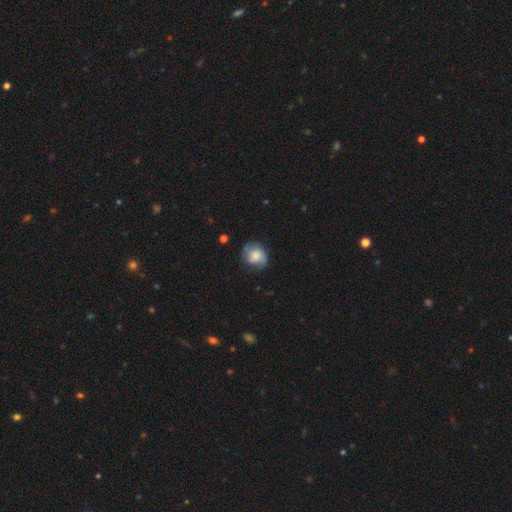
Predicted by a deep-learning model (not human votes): The model was most divided on "how rounded": round: 66%, in between: 33%, cigar-shaped: 1%. More confident: smooth or featured — smooth (65%); merging — none (62%).